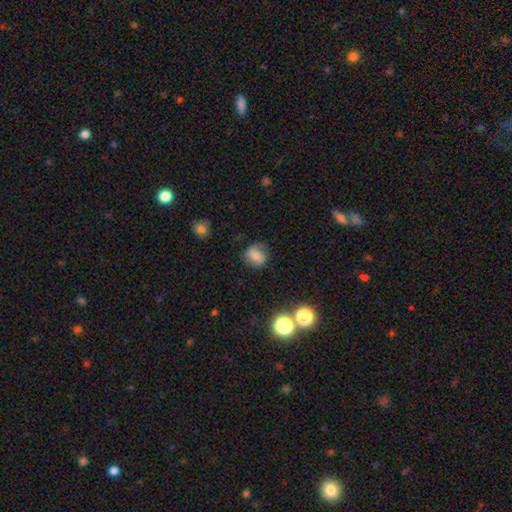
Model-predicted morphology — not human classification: This is likely a smooth galaxy (70%). How rounded: possibly round (53%). Merging: likely none (64%).